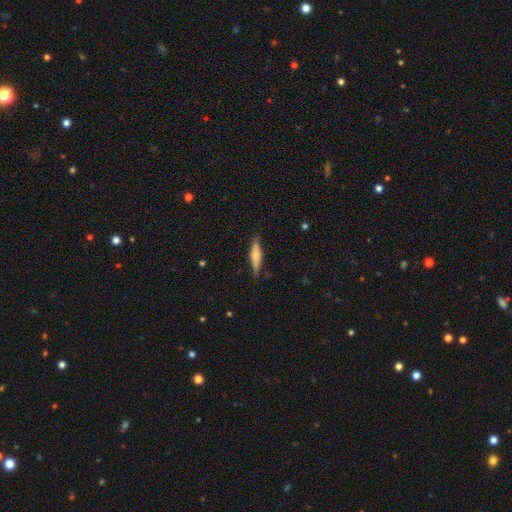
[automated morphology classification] A smooth galaxy with no disk features (60%) that is cigar-shaped (80%). Merging: none (82%).